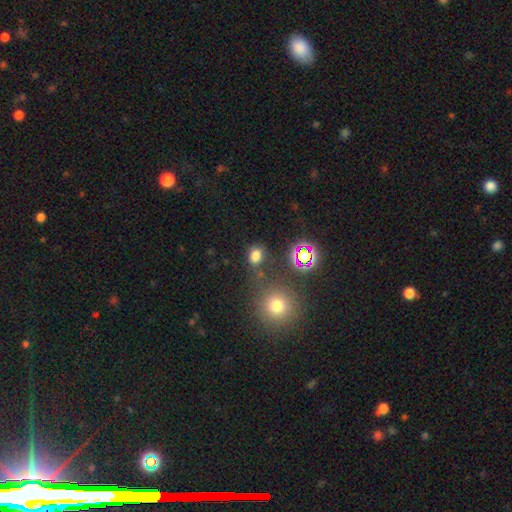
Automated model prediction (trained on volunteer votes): smooth 69%, star or artifact 24%, featured or disk 7%. Down the decision tree: how rounded — in between (56%); merging — none (70%).